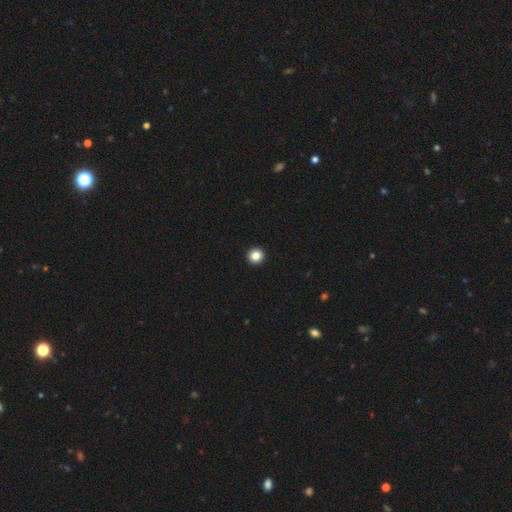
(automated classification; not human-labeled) smooth-or-featured: smooth: 85% | star or artifact: 11% | featured or disk: 5%
  how-rounded: round: 95% | in between: 4% | cigar-shaped: 1%
  merging: none: 95% | minor disturbance: 3% | major disturbance: 1% | merger: 1%